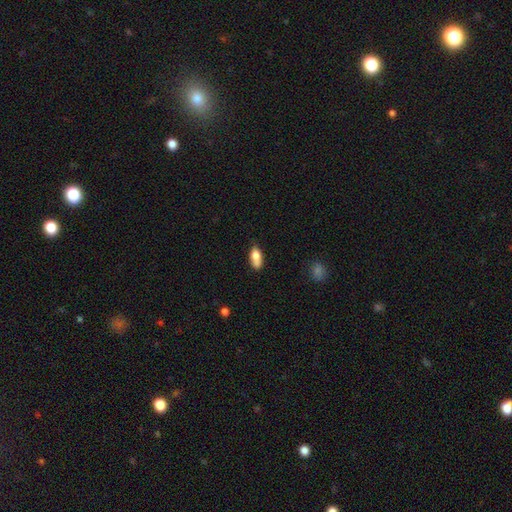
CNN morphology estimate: The model was most divided on "merging": none: 58%, minor disturbance: 28%, major disturbance: 7%, merger: 7%. More confident: how rounded — in between (85%); smooth or featured — smooth (80%).